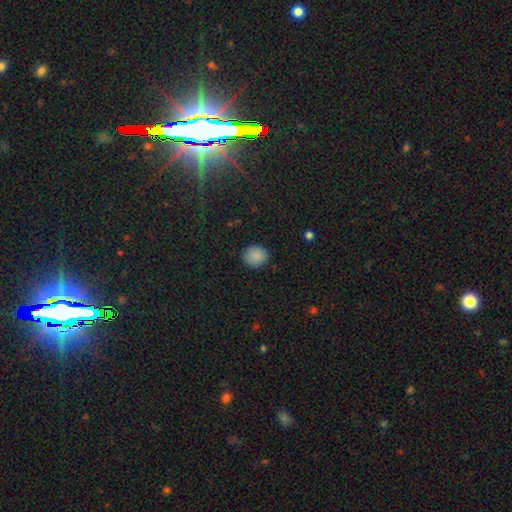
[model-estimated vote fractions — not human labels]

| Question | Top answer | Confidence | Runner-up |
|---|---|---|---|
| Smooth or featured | smooth | 87% | star or artifact (10%) |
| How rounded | round | 88% | in between (11%) |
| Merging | none | 88% | minor disturbance (9%) |